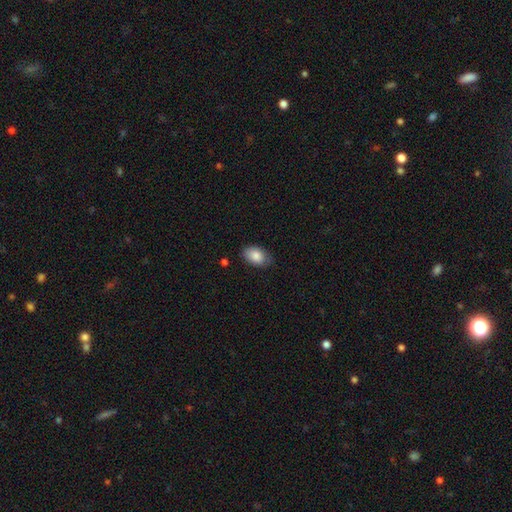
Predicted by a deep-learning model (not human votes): Overall: smooth (86%). How rounded: in between (91%). Merging: none (76%).